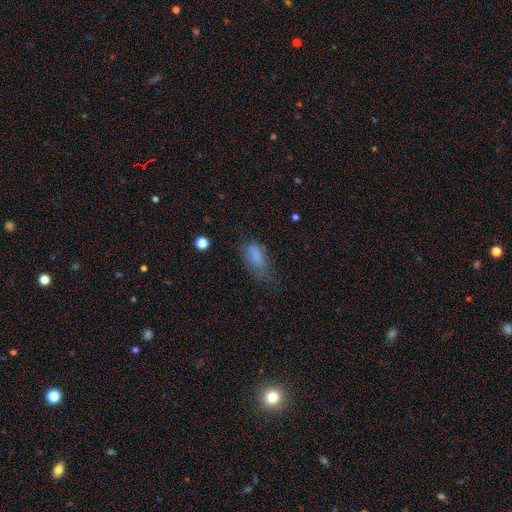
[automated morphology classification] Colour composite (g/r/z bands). It shows a smooth galaxy with no disk features (77%) that is in between round and cigar-shaped (84%). Merging: none (38%).